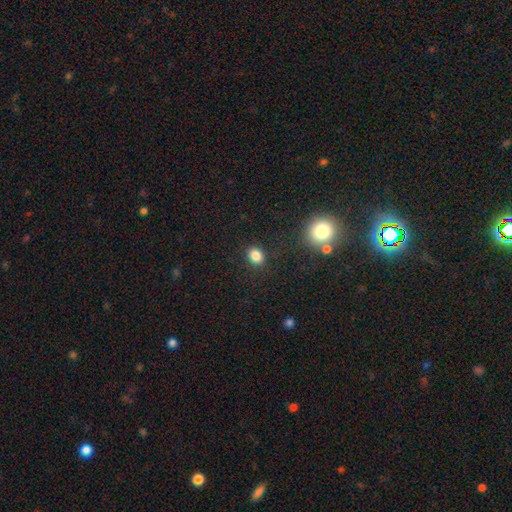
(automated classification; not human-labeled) Smooth or featured?
  - smooth: 84% *
  - star or artifact: 12%
  - featured or disk: 5%
How rounded?
  - in between: 50% *
  - round: 48%
  - cigar-shaped: 1%
Merging?
  - none: 86% *
  - minor disturbance: 9%
  - major disturbance: 3%
  - merger: 2%